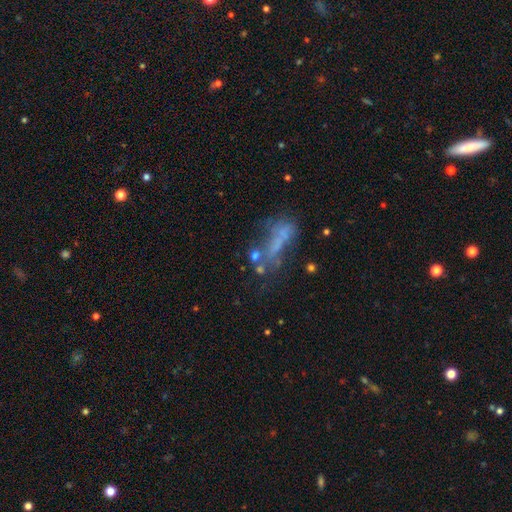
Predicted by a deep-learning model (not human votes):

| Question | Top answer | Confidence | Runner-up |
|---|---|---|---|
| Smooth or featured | smooth | 43% | featured or disk (34%) |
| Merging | none | 36% | merger (27%) |